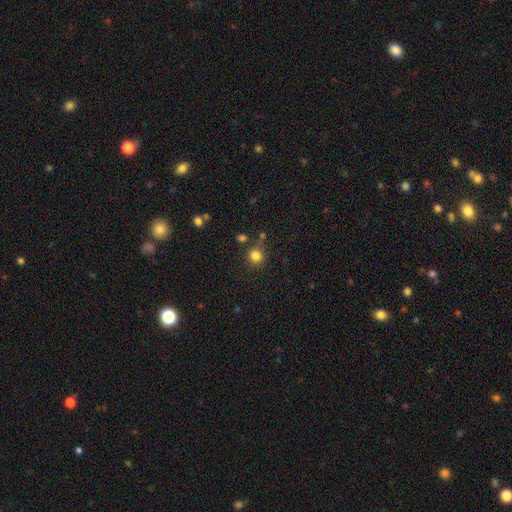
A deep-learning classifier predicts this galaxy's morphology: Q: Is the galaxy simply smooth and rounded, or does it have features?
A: smooth — 82%.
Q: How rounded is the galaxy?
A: round — 89%.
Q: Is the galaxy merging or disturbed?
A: none — 73%.